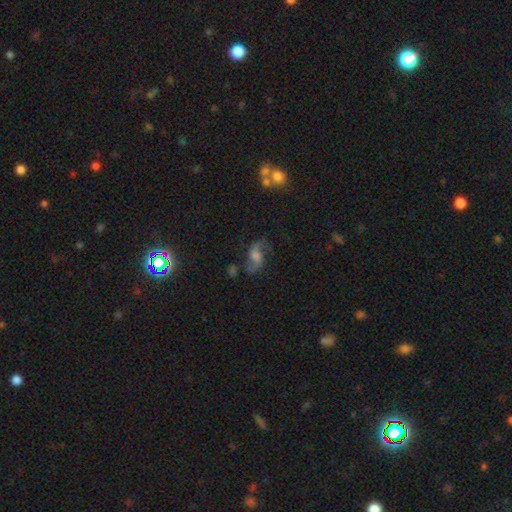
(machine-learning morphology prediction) smooth-or-featured: featured or disk: 77% | smooth: 12% | star or artifact: 11%
  disk-edge-on: no: 96% | yes: 4%
    bar: no: 46% | weak: 43% | strong: 11%
    has-spiral-arms: yes: 94% | no: 6%
      spiral-winding: loose: 67% | medium: 28% | tight: 5%
      spiral-arm-count: 2: 92% | can't tell: 3% | 1: 2% | 3: 1% | 4: 1% | more than 4: 1%
    bulge-size: moderate: 41% | small: 22% | large: 18% | none: 17% | dominant: 2%
  merging: none: 70% | minor disturbance: 16% | major disturbance: 10% | merger: 4%